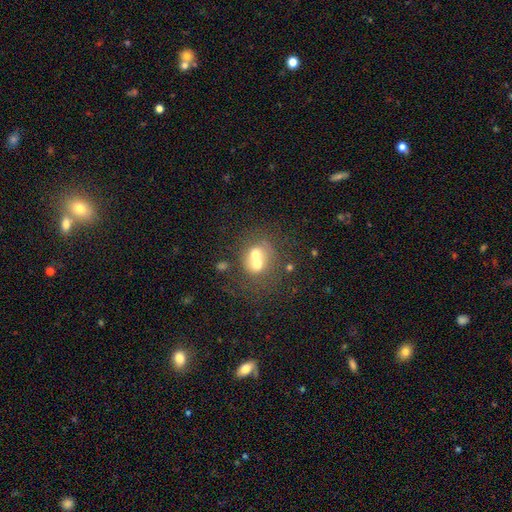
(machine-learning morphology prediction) Smooth or featured: smooth — 57% (featured or disk — 31%)
How rounded: round — 71% (in between — 28%)
Merging: merger — 65% (none — 24%)